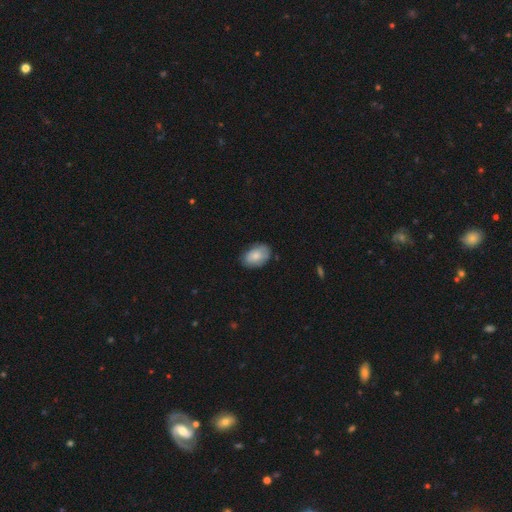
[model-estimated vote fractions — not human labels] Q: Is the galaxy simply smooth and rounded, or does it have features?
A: smooth — 80%.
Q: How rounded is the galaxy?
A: in between — 90%.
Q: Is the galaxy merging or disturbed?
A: none — 77%.